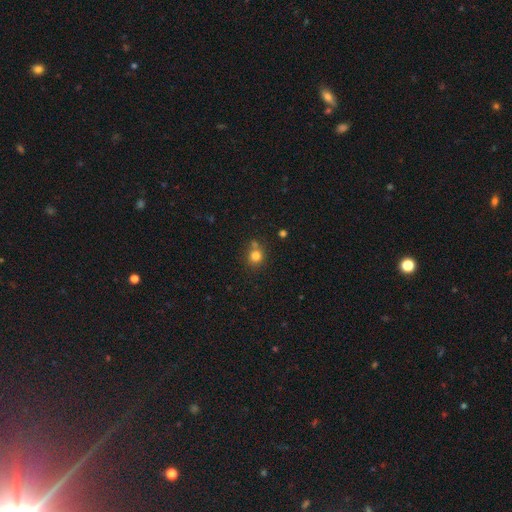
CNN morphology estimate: A smooth galaxy with no disk features (79%) that is round (86%). Merging: none (66%).